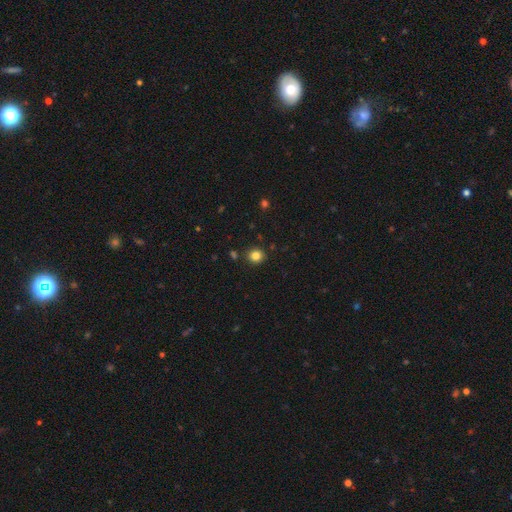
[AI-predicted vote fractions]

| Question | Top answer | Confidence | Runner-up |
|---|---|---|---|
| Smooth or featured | smooth | 83% | star or artifact (12%) |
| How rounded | round | 85% | in between (14%) |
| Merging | none | 89% | minor disturbance (6%) |